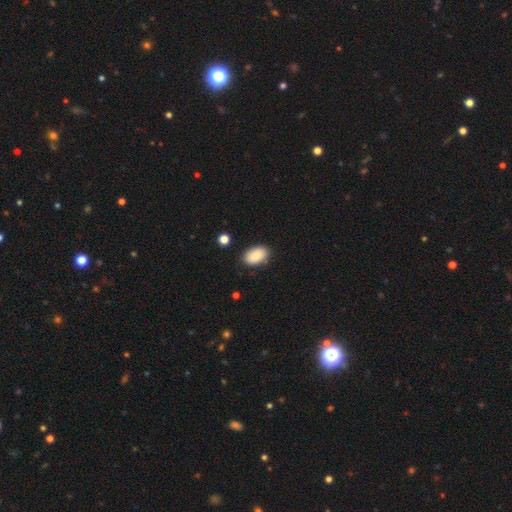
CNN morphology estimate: Overall: smooth (90%). How rounded: in between (93%). Merging: none (85%).